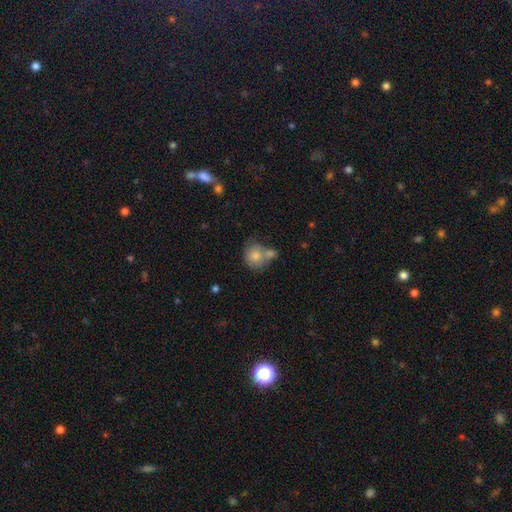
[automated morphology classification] This is likely a smooth galaxy (79%). How rounded: likely round (77%). Merging: marginally merger (42%).